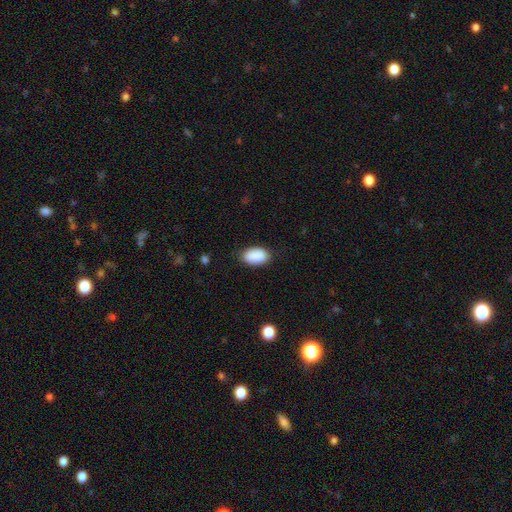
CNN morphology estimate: smooth_or_featured: smooth (p=0.90) [alt: star or artifact p=0.06]
how_rounded: in between (p=0.93) [alt: round p=0.06]
merging: none (p=0.84) [alt: minor disturbance p=0.12]